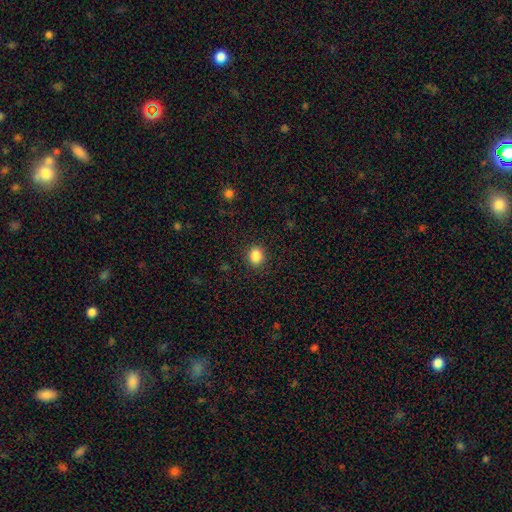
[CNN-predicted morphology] A smooth galaxy with no disk features (87%) that is round (74%). Merging: none (89%).